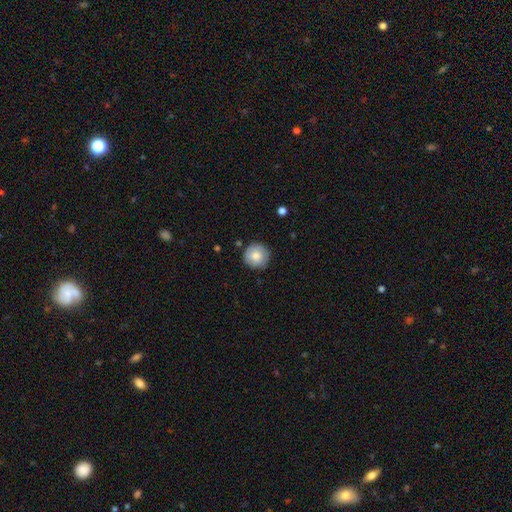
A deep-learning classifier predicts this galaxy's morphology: This is likely a smooth galaxy (75%). How rounded: clearly round (95%). Merging: clearly none (84%).